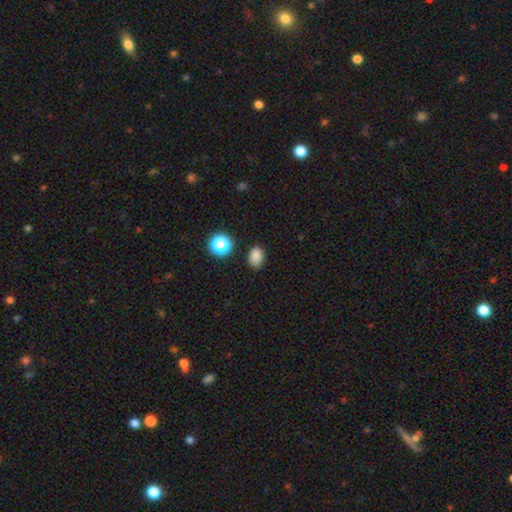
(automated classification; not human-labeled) smooth_or_featured: smooth (p=0.83) [alt: star or artifact p=0.14]
how_rounded: in between (p=0.67) [alt: round p=0.32]
merging: none (p=0.84) [alt: minor disturbance p=0.11]